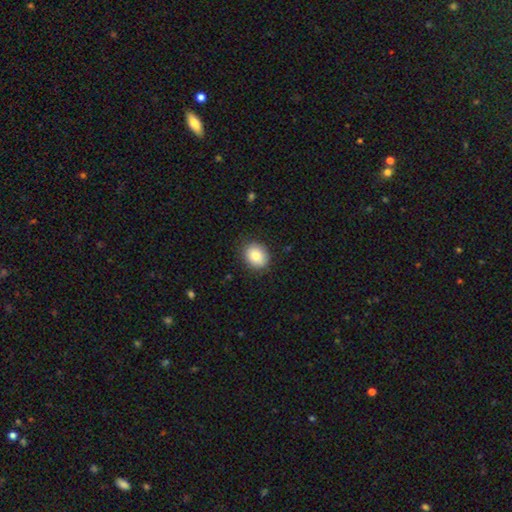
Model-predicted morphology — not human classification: smooth 83%, featured or disk 9%, star or artifact 8%. Down the decision tree: how rounded — round (55%); merging — none (86%).